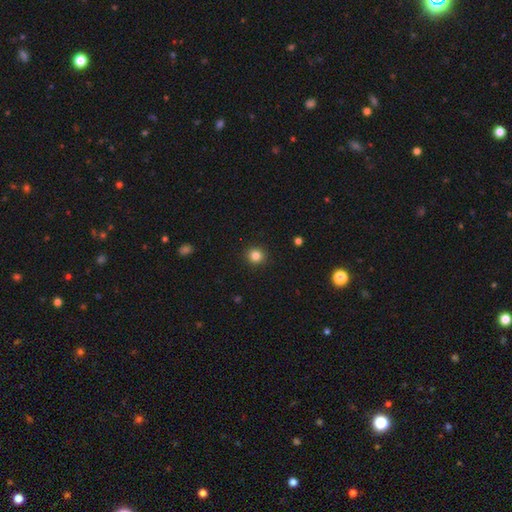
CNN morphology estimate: Smooth or featured: smooth — 84% (star or artifact — 12%)
How rounded: round — 92% (in between — 7%)
Merging: none — 92% (minor disturbance — 5%)